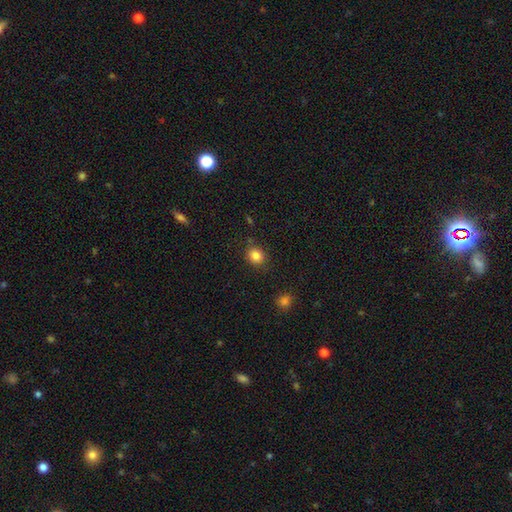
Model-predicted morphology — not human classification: Overall: smooth (84%). How rounded: round (74%). Merging: none (83%).